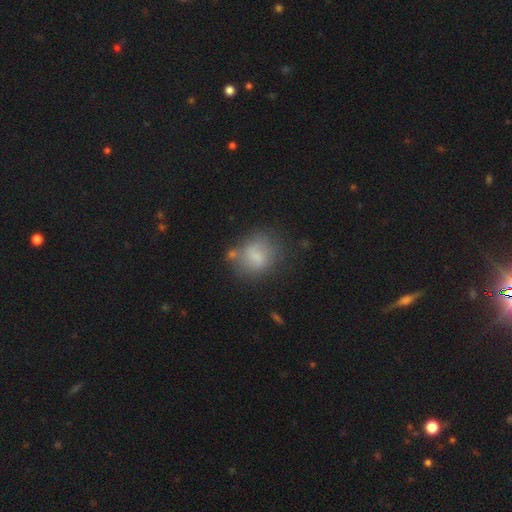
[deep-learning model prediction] Overall: smooth (68%). How rounded: round (61%; in between 38%). Merging: none (56%; minor disturbance 23%).